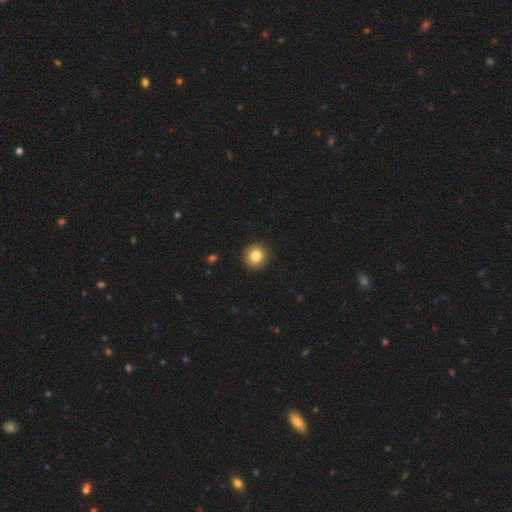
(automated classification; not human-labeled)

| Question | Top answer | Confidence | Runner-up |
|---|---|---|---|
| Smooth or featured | smooth | 84% | star or artifact (10%) |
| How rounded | round | 92% | in between (7%) |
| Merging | none | 92% | minor disturbance (5%) |